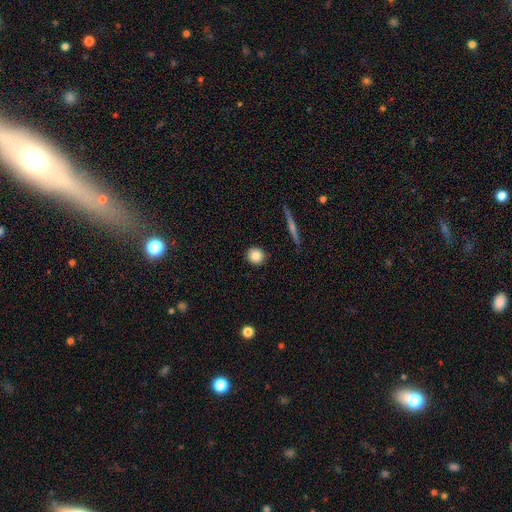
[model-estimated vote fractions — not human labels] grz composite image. It shows a smooth galaxy with no disk features (84%) that is round (91%). Merging: none (91%).